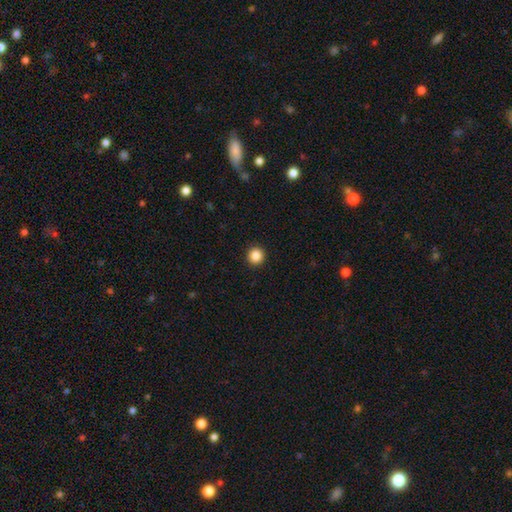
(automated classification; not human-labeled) The model was most divided on "smooth or featured": smooth: 86%, star or artifact: 10%, featured or disk: 4%. More confident: how rounded — round (95%); merging — none (93%).